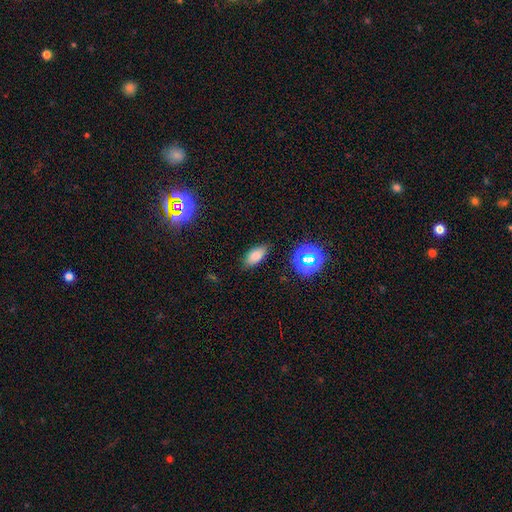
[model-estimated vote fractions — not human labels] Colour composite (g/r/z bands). It shows a smooth galaxy with no disk features (78%) that is in between round and cigar-shaped (86%). Merging: none (84%).